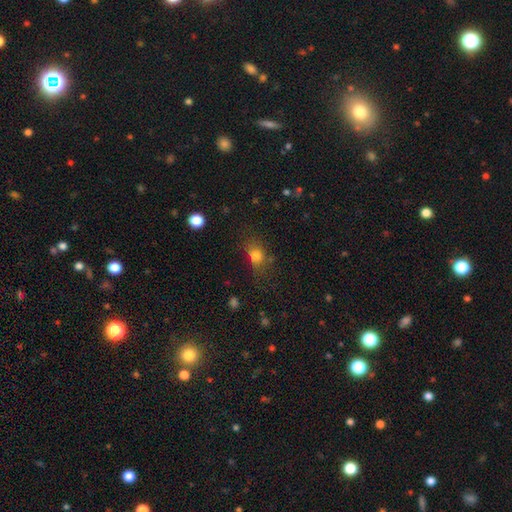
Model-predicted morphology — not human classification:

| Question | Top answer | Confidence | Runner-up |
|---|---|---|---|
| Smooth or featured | smooth | 77% | star or artifact (14%) |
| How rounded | in between | 53% | round (44%) |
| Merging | none | 62% | minor disturbance (22%) |